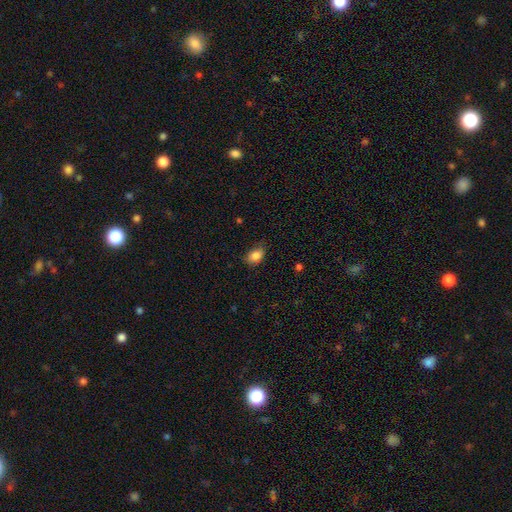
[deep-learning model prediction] A smooth galaxy with no disk features (85%) that is in between round and cigar-shaped (80%). Merging: none (76%).